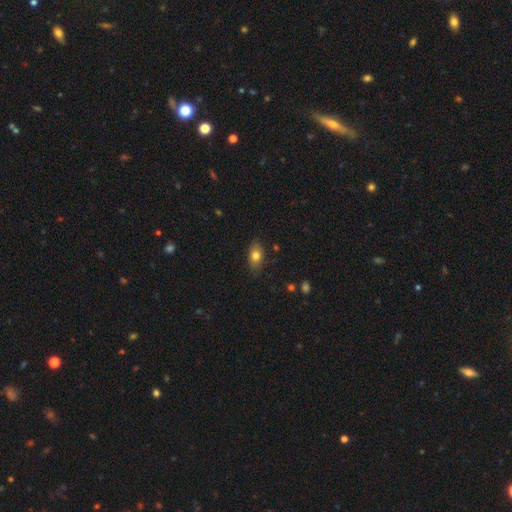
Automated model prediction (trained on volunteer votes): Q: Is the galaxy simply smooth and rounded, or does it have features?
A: smooth — 79%.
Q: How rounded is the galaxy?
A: in between — 84%.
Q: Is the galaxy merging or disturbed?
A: none — 83%.